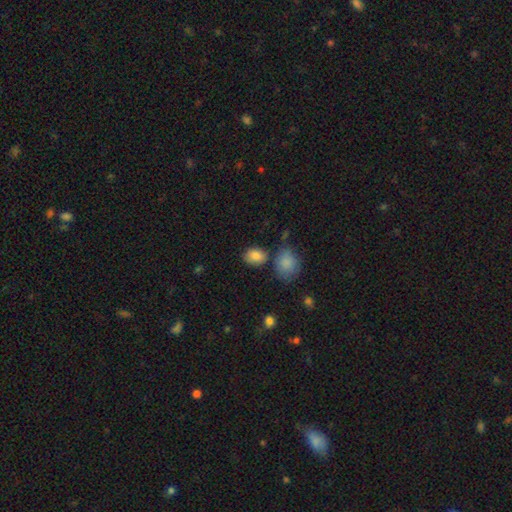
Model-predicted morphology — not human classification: This is clearly a smooth galaxy (85%). How rounded: likely in between (63%). Merging: likely none (72%).